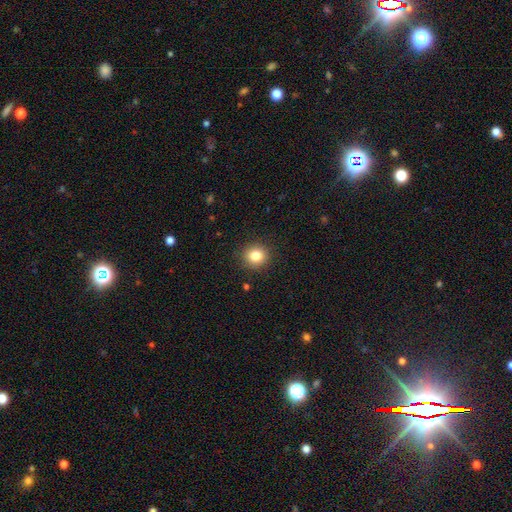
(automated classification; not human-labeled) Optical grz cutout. It shows a smooth galaxy with no disk features (82%) that is round (88%). Merging: none (90%).